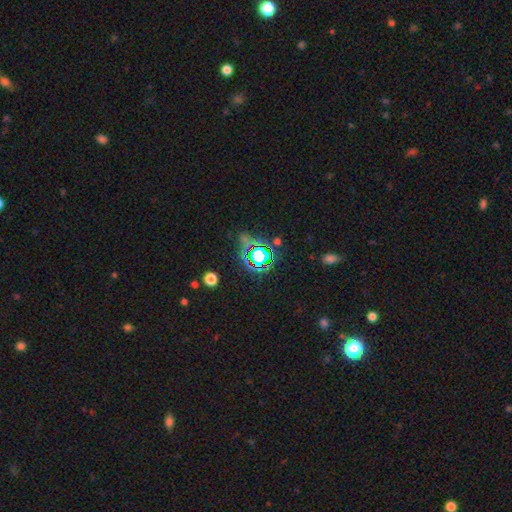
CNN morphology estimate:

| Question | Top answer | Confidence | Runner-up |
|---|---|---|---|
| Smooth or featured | star or artifact | 77% | smooth (15%) |